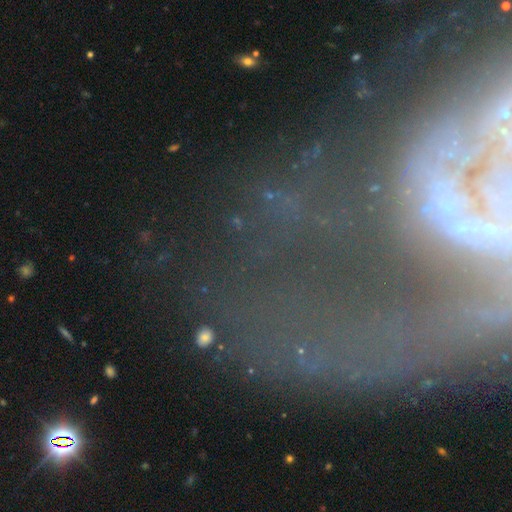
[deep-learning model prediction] Smooth or featured: featured or disk — 52% (star or artifact — 30%)
Edge-on disk: no — 81% (yes — 19%)
Merging: none — 47% (major disturbance — 26%)